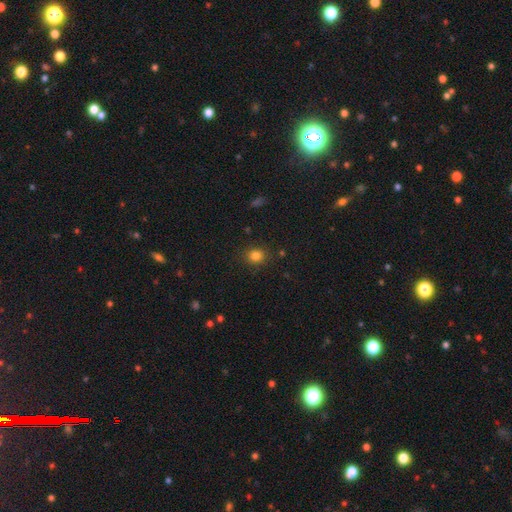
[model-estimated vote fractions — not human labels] smooth 82%, star or artifact 13%, featured or disk 5%. Down the decision tree: how rounded — round (73%); merging — none (87%).